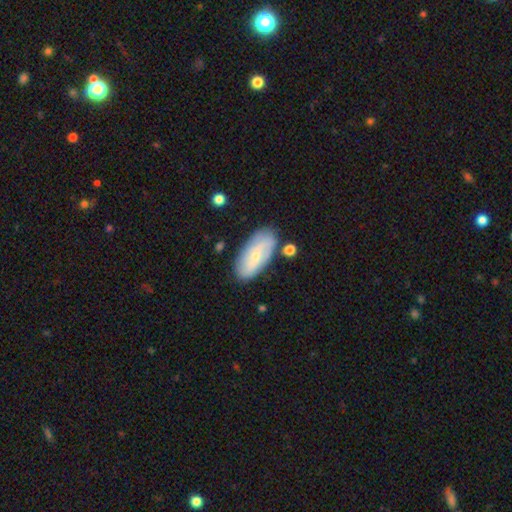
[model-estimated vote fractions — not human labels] A featured or disk galaxy (52%). Merging: none (78%).